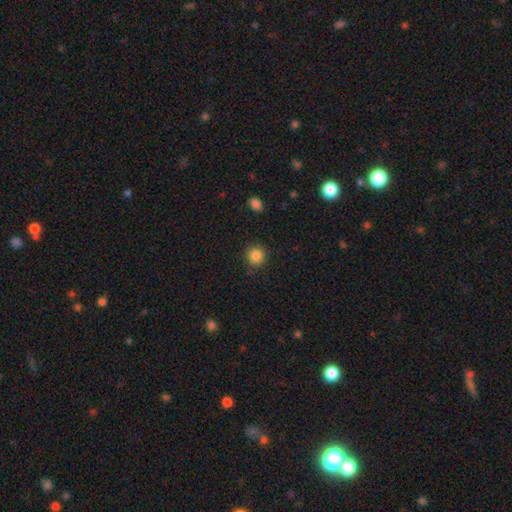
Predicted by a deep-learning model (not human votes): Smooth or featured: smooth — 85% (star or artifact — 11%)
How rounded: round — 92% (in between — 7%)
Merging: none — 88% (minor disturbance — 8%)